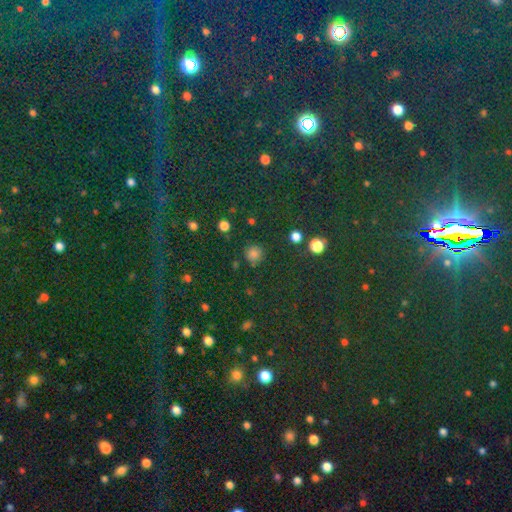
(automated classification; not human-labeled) Q: Smooth or featured?
A: smooth (57%); runner-up: star or artifact (38%)
Q: How rounded?
A: round (90%); runner-up: in between (9%)
Q: Merging?
A: none (88%); runner-up: minor disturbance (7%)